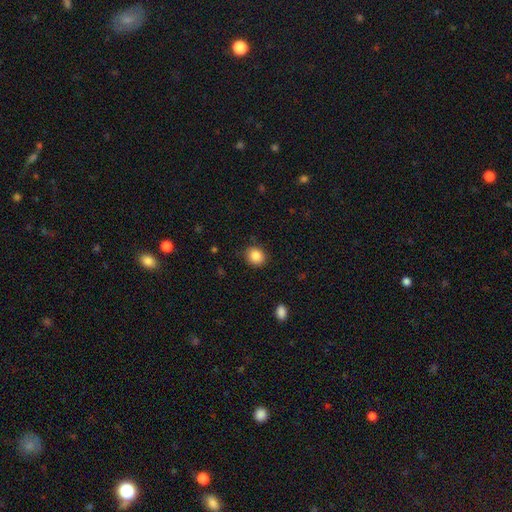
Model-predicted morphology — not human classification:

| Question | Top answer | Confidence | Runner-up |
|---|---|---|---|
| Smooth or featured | smooth | 87% | star or artifact (9%) |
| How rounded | round | 71% | in between (28%) |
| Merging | none | 86% | minor disturbance (10%) |